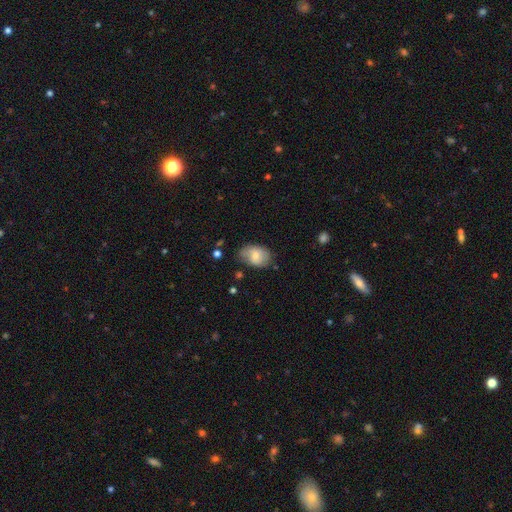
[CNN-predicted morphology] Overall: smooth (66%; featured or disk 26%). How rounded: in between (80%). Merging: none (59%; minor disturbance 30%).